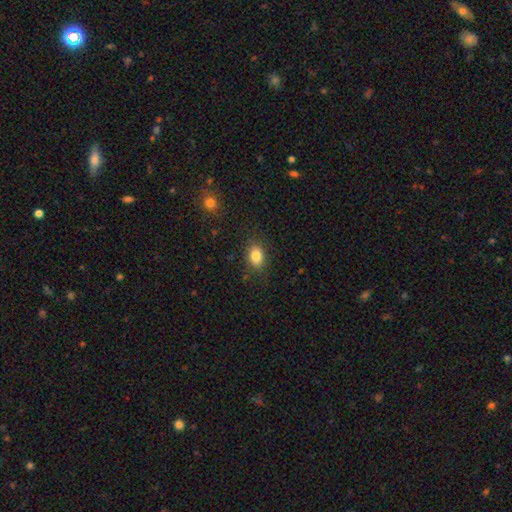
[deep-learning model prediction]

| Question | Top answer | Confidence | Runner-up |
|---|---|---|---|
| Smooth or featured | smooth | 84% | star or artifact (9%) |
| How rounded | in between | 73% | round (26%) |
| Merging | none | 85% | minor disturbance (11%) |